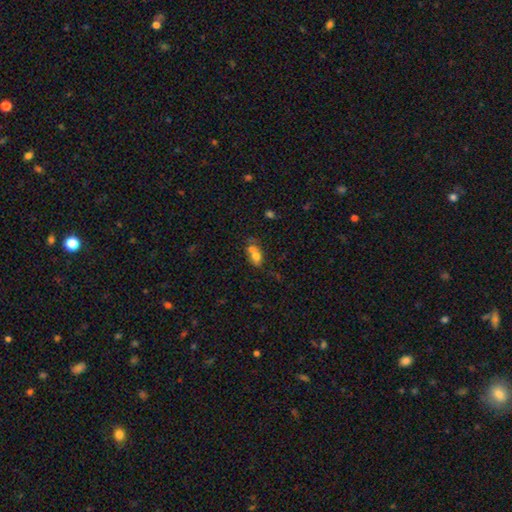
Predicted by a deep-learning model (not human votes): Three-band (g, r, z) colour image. It shows a smooth galaxy with no disk features (70%) that is in between round and cigar-shaped (76%). Merging: merger (43%).